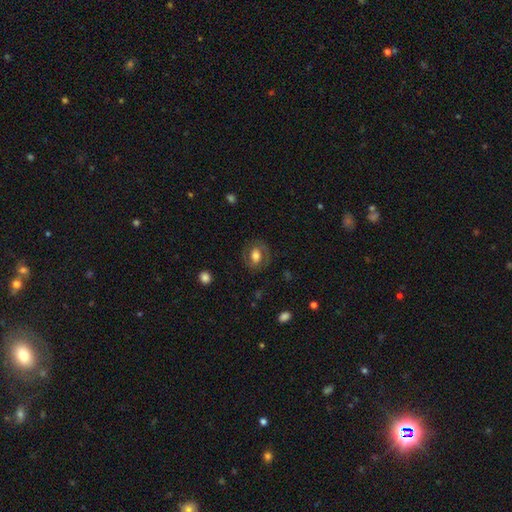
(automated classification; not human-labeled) Smooth or featured? Predicted: smooth (p=0.47). Merging? Predicted: none (p=0.77).